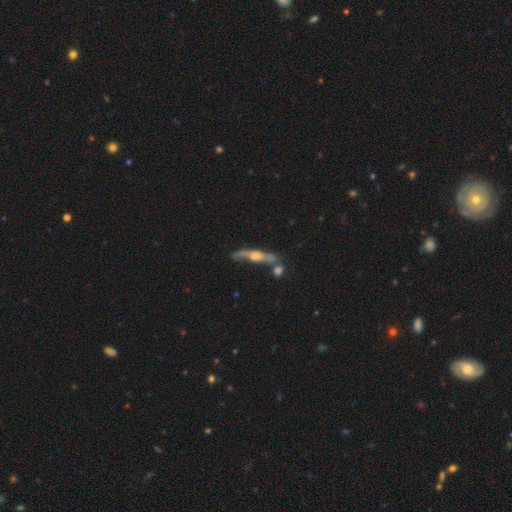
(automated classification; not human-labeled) Smooth or featured?
  - featured or disk: 71% *
  - smooth: 22%
  - star or artifact: 7%
Edge-on disk?
  - yes: 72% *
  - no: 28%
Edge-on bulge?
  - rounded: 86% *
  - boxy: 7%
  - none: 7%
Merging?
  - none: 50% *
  - merger: 22%
  - minor disturbance: 19%
  - major disturbance: 9%